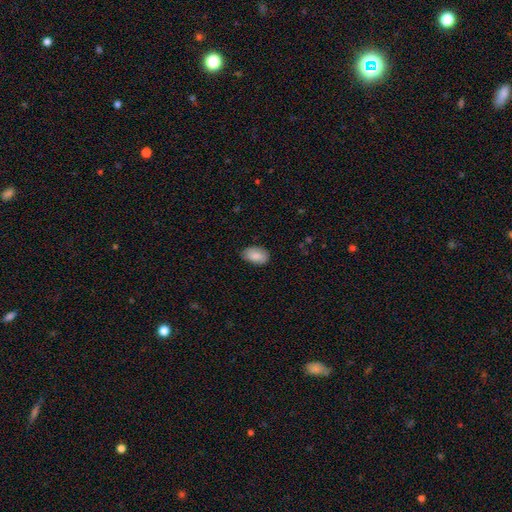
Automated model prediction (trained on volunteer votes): Smooth or featured: smooth — 86% (featured or disk — 7%)
How rounded: in between — 92% (round — 7%)
Merging: none — 80% (minor disturbance — 16%)